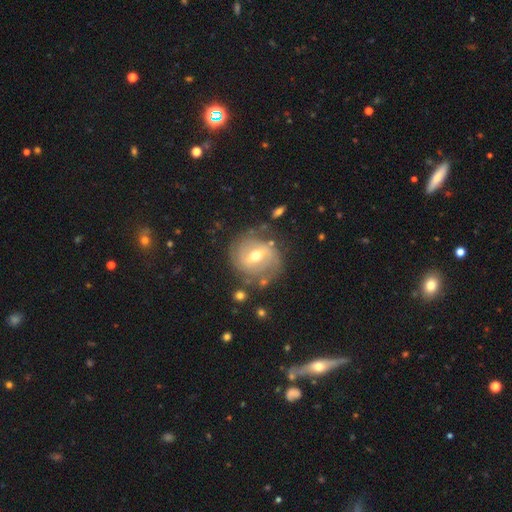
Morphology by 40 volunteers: This is likely a featured or disk galaxy (72%). It is clearly not viewed edge-on (100%). Bar: marginally weak (38%). Spiral arm pattern: clearly yes (83%). Spiral arm count: likely 2 (62%). Spiral winding: likely tight (79%). Central bulge: likely moderate (69%). Merging: clearly none (82%).